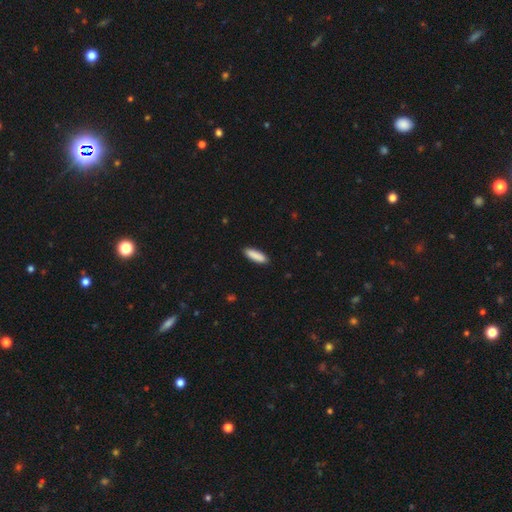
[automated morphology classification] This appears to be a smooth galaxy with no disk features (90%) that is cigar-shaped (54%). Merging: none (89%).